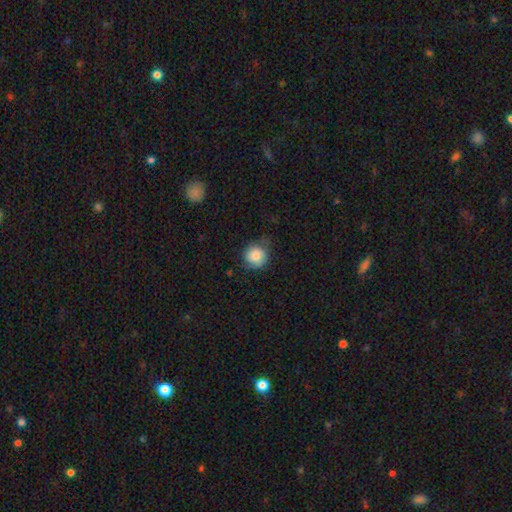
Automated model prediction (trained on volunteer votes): A smooth galaxy with no disk features (77%) that is round (86%).

Vote fractions:
- Smooth or featured? smooth: 77% / featured or disk: 15% / star or artifact: 8%
- How rounded? round: 86% / in between: 13% / cigar-shaped: 1%
- Merging? none: 62% / minor disturbance: 27% / major disturbance: 10% / merger: 1%